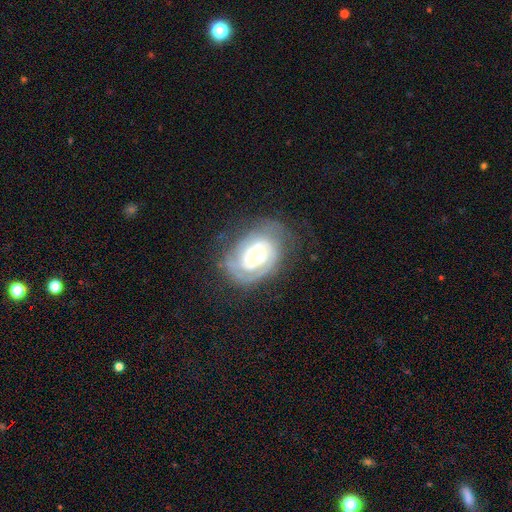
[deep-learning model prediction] featured or disk 82%, smooth 12%, star or artifact 6%. Down the decision tree: edge-on disk — no (97%); bar — no (62%); spiral arms — yes (92%); spiral arm count — 2 (42%); spiral winding — tight (67%); bulge size — moderate (59%); merging — none (68%).